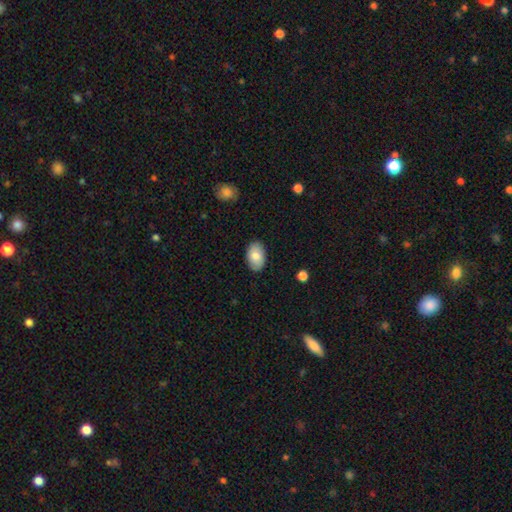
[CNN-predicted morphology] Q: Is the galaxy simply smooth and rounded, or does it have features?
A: smooth — 80%.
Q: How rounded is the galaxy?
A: in between — 91%.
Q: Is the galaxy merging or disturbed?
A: none — 87%.